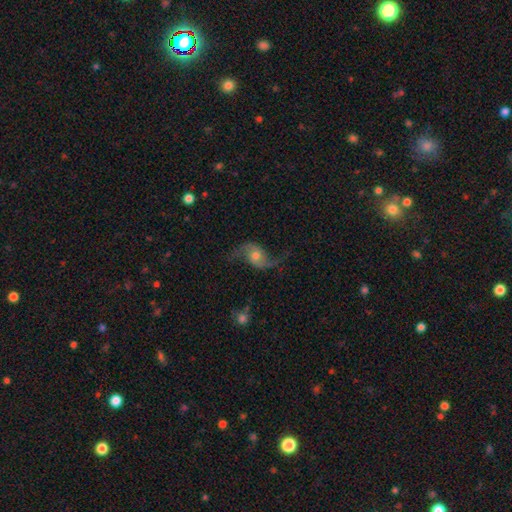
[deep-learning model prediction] A featured or disk galaxy (86%) with no bar (65%), 2 (94%) loose (82%) spiral arms (96%) and a moderate central bulge (64%).

Vote fractions:
- Smooth or featured? featured or disk: 86% / smooth: 8% / star or artifact: 6%
- Edge-on disk? no: 97% / yes: 3%
- Bar? no: 65% / weak: 28% / strong: 7%
- Spiral arms? yes: 96% / no: 4%
- Spiral winding? loose: 82% / medium: 15% / tight: 4%
- Spiral arm count? 2: 94% / 1: 2% / can't tell: 2% / 3: 1% / 4: 1% / more than 4: 1%
- Bulge size? moderate: 64% / small: 24% / large: 8% / none: 2% / dominant: 2%
- Merging? none: 73% / minor disturbance: 15% / major disturbance: 10% / merger: 2%